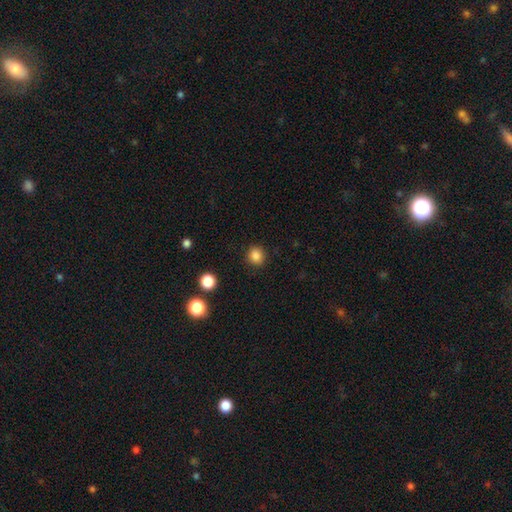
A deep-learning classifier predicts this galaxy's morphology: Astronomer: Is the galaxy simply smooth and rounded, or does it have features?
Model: smooth — 85%.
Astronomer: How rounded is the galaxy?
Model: round — 90%.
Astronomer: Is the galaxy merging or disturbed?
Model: none — 91%.